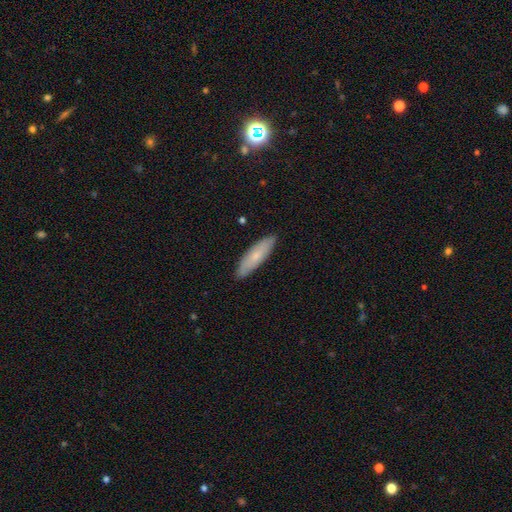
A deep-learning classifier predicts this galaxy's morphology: Smooth or featured: smooth — 67% (featured or disk — 26%)
How rounded: cigar-shaped — 62% (in between — 36%)
Merging: none — 88% (minor disturbance — 9%)